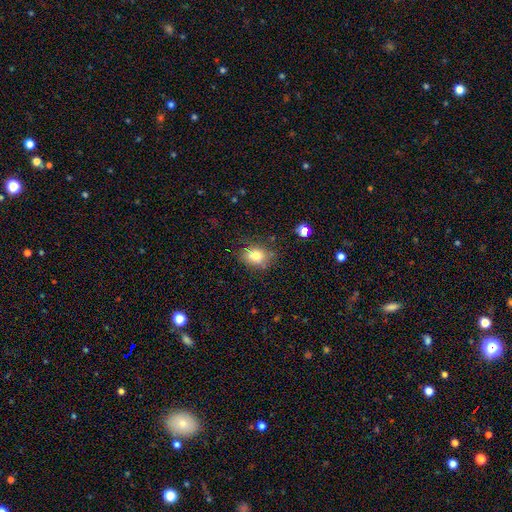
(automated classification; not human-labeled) A smooth galaxy with no disk features (78%) that is in between round and cigar-shaped (60%).

Vote fractions:
- Smooth or featured? smooth: 78% / star or artifact: 11% / featured or disk: 11%
- How rounded? in between: 60% / round: 39% / cigar-shaped: 1%
- Merging? none: 76% / minor disturbance: 17% / major disturbance: 5% / merger: 3%